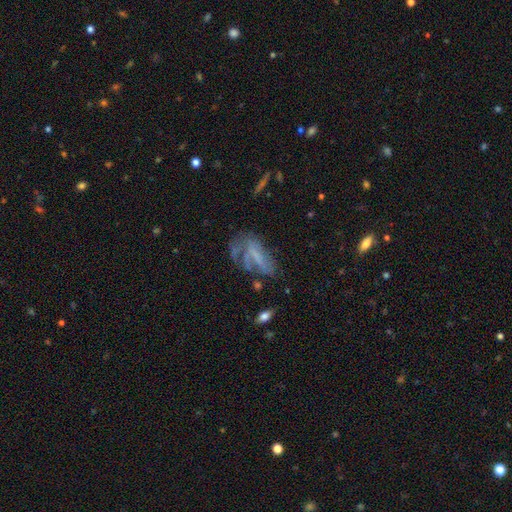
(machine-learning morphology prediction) featured or disk 55%, smooth 31%, star or artifact 14%. Down the decision tree: edge-on disk — no (90%); merging — major disturbance (36%, tied with none).